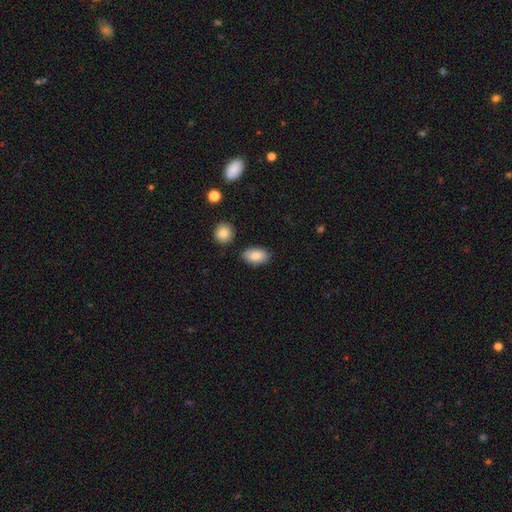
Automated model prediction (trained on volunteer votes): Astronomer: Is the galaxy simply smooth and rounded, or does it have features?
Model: smooth — 86%.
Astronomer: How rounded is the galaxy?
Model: in between — 92%.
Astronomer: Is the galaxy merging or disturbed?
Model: none — 84%.